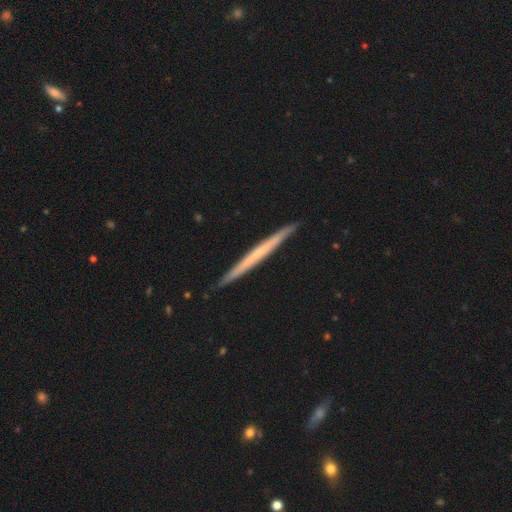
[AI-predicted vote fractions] Smooth or featured? Predicted: featured or disk (p=0.55). Edge-on disk? Predicted: yes (p=0.97). Edge-on bulge? Predicted: none (p=0.87). Merging? Predicted: none (p=0.91).